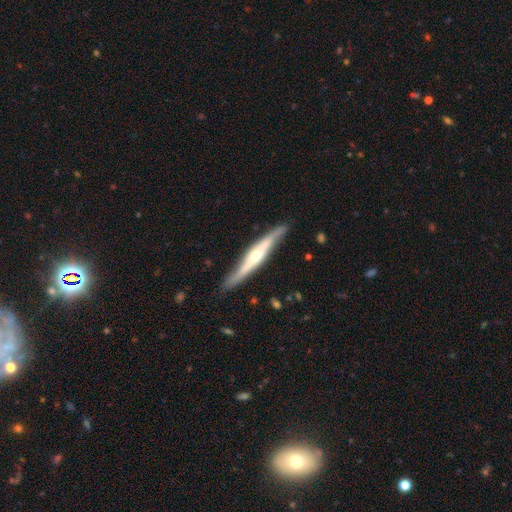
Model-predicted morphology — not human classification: Smooth or featured? featured or disk (70%)
Edge-on disk? yes (90%)
Edge-on bulge? rounded (85%)
Merging? none (85%)